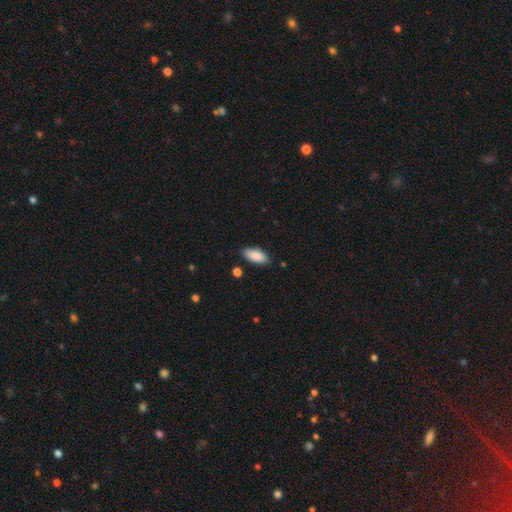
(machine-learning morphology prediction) Q: Smooth or featured?
A: smooth (89%); runner-up: star or artifact (6%)
Q: How rounded?
A: in between (88%); runner-up: cigar-shaped (10%)
Q: Merging?
A: none (84%); runner-up: minor disturbance (12%)